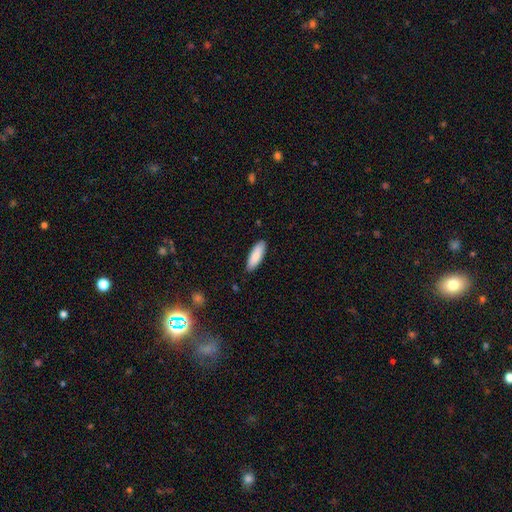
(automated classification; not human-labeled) This is clearly a smooth galaxy (85%). How rounded: possibly in between (57%). Merging: clearly none (87%).